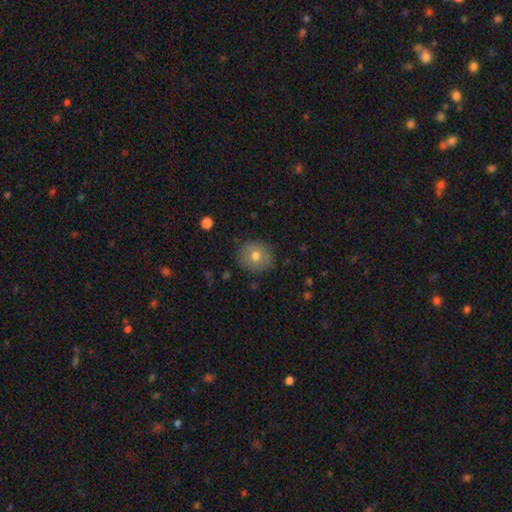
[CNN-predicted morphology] type=smooth (72%); roundness=round (84%); merging=none (86%).